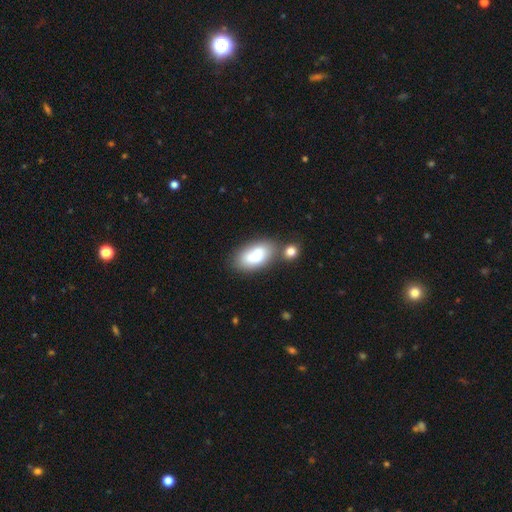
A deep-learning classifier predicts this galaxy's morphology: Smooth or featured? Predicted: smooth (p=0.74). How rounded? Predicted: in between (p=0.91). Merging? Predicted: none (p=0.44).